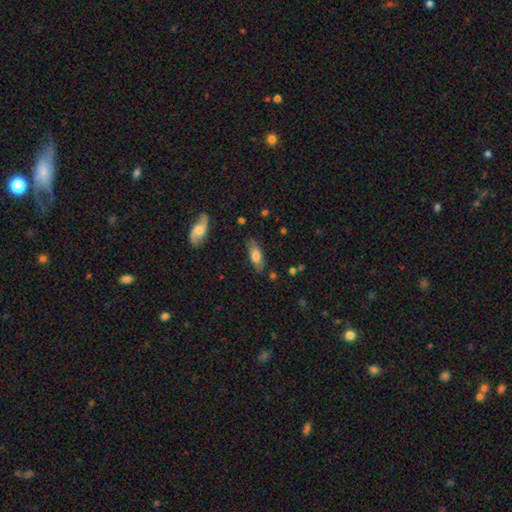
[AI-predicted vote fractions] Smooth or featured? smooth (72%)
How rounded? in between (70%)
Merging? none (79%)